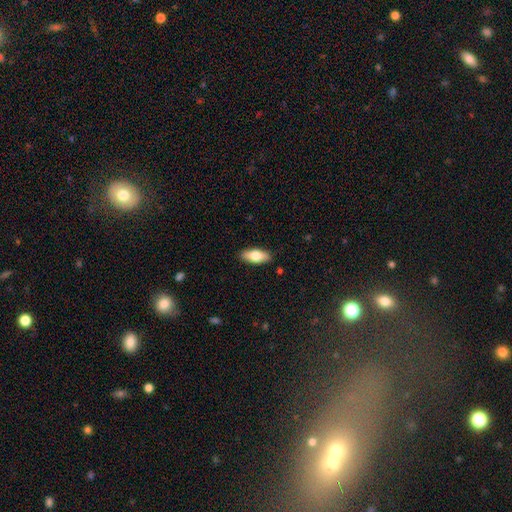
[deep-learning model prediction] Smooth or featured: smooth — 72% (featured or disk — 22%)
How rounded: in between — 81% (cigar-shaped — 16%)
Merging: none — 89% (minor disturbance — 9%)